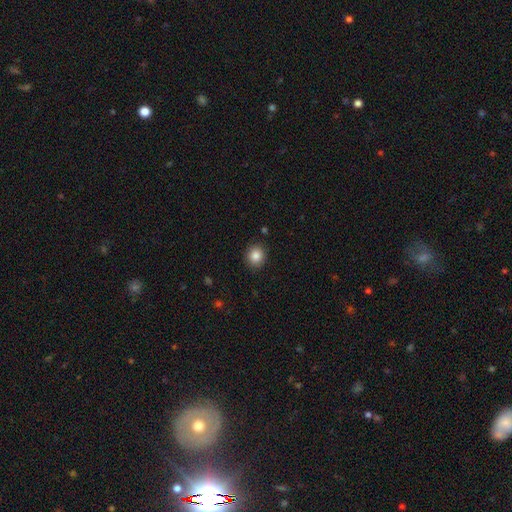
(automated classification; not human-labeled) smooth_or_featured: smooth (p=0.86) [alt: star or artifact p=0.10]
how_rounded: round (p=0.82) [alt: in between p=0.17]
merging: none (p=0.90) [alt: minor disturbance p=0.07]